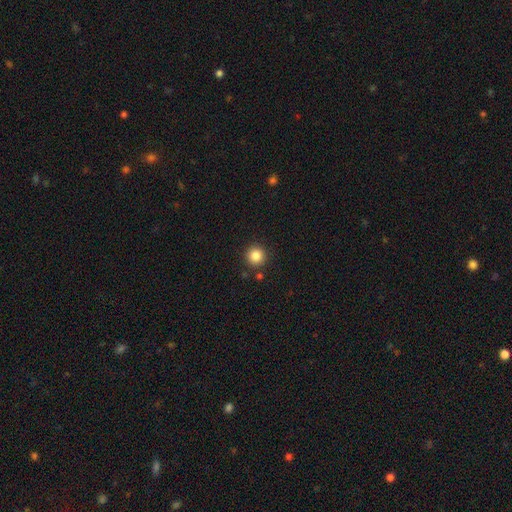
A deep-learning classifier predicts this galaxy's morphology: This appears to be a smooth galaxy with no disk features (85%) that is round (95%). Merging: none (90%).